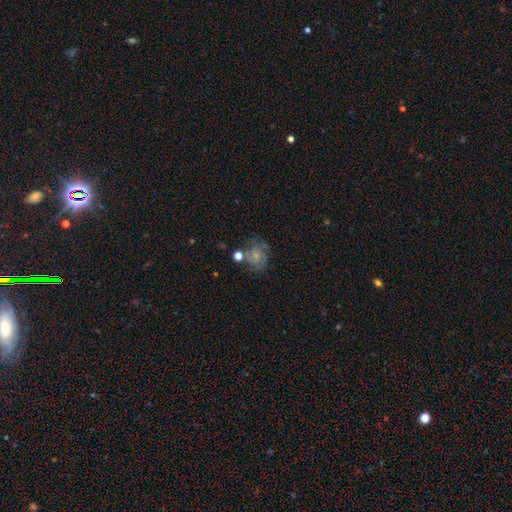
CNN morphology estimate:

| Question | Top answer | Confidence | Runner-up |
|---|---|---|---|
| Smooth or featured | smooth | 65% | featured or disk (24%) |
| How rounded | round | 60% | in between (39%) |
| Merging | none | 48% | minor disturbance (23%) |